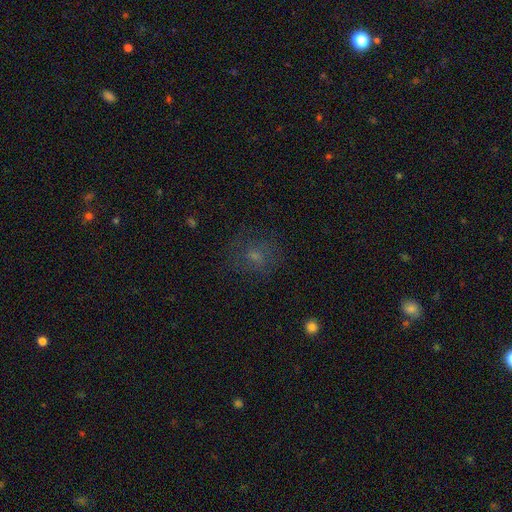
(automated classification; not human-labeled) Smooth or featured? smooth (50%)
How rounded? round (72%)
Merging? none (70%)